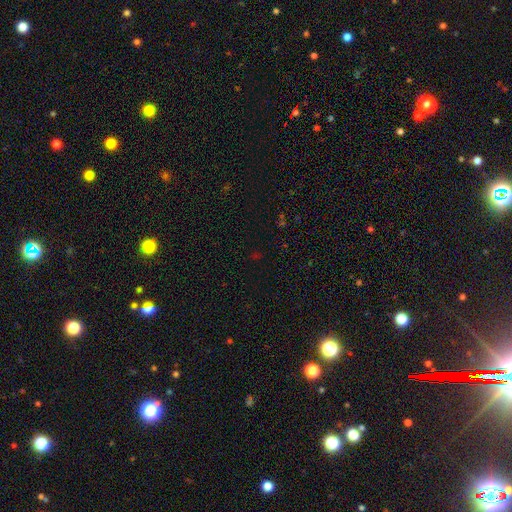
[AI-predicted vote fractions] star or artifact 65%, smooth 27%, featured or disk 8%.